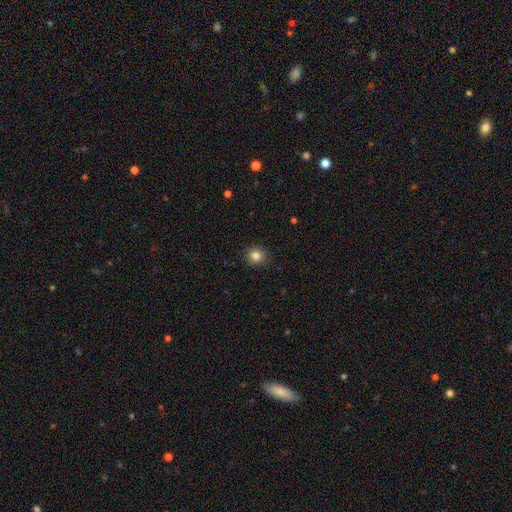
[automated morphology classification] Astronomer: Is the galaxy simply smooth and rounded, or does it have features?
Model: smooth — 83%.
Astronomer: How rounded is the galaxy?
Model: round — 89%.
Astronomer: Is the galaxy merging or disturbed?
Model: none — 90%.